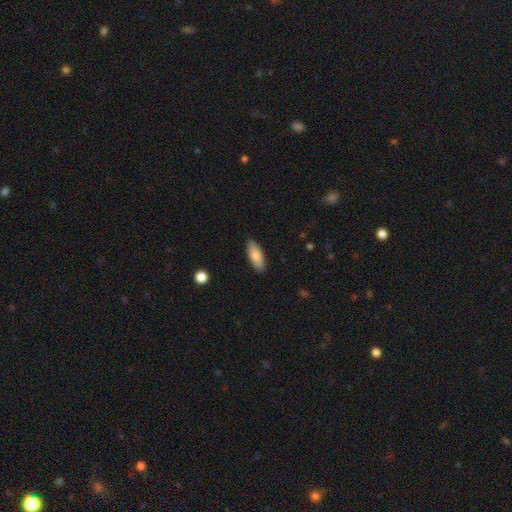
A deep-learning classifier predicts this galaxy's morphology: type=smooth (81%); roundness=in between (74%); merging=none (88%).